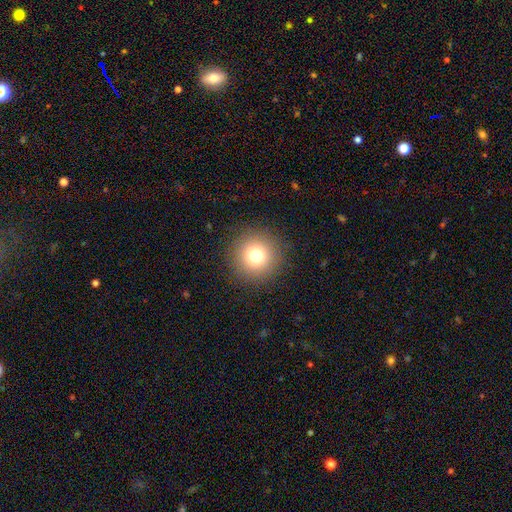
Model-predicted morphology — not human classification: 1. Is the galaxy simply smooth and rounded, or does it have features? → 77% smooth, 14% star or artifact, 9% featured or disk.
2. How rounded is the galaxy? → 96% round, 3% in between, 1% cigar-shaped.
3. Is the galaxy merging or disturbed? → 91% none, 5% minor disturbance, 3% major disturbance, 1% merger.